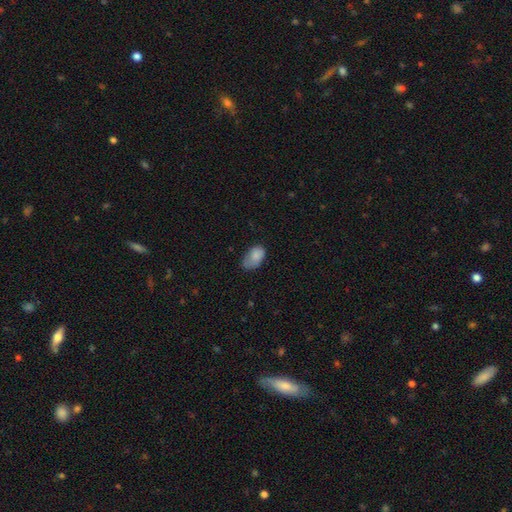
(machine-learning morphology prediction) smooth-or-featured: smooth: 82% | featured or disk: 11% | star or artifact: 8%
  how-rounded: in between: 91% | round: 8% | cigar-shaped: 1%
  merging: none: 47% | minor disturbance: 38% | major disturbance: 13% | merger: 3%